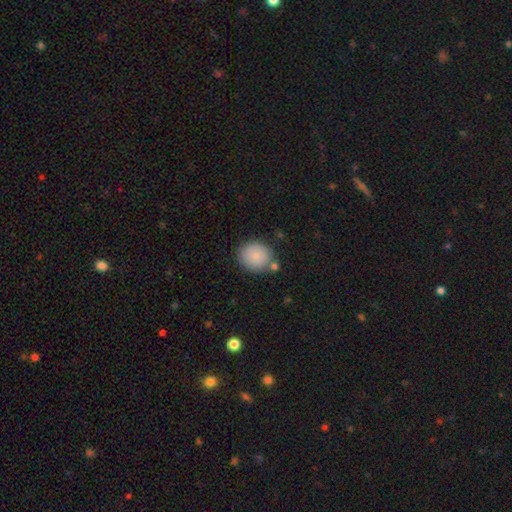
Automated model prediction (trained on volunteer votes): smooth_or_featured: smooth (p=0.87) [alt: star or artifact p=0.07]
how_rounded: round (p=0.79) [alt: in between p=0.20]
merging: none (p=0.73) [alt: minor disturbance p=0.14]